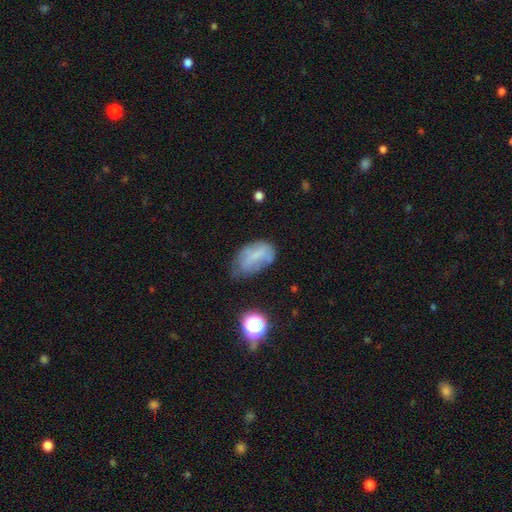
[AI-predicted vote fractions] The model was most divided on "merging": minor disturbance: 38%, none: 36%, major disturbance: 22%, merger: 4%. More confident: how rounded — in between (89%); smooth or featured — smooth (60%).